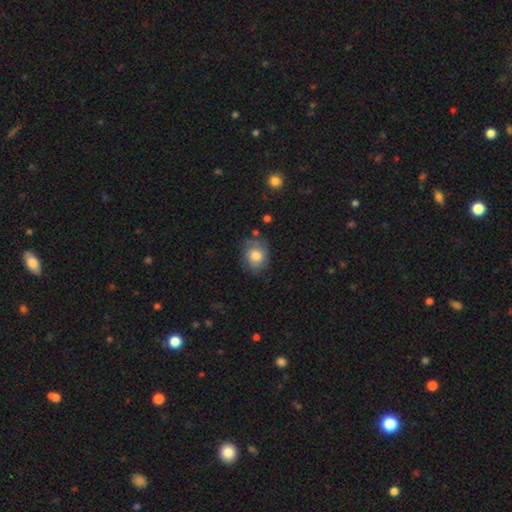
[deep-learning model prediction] Smooth or featured? smooth (73%)
How rounded? round (55%)
Merging? none (69%)